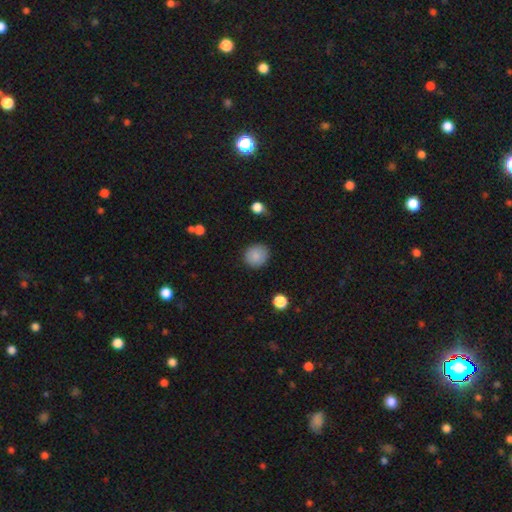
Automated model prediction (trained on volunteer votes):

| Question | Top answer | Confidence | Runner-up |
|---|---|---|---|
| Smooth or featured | smooth | 86% | star or artifact (9%) |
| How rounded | round | 88% | in between (11%) |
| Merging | none | 86% | minor disturbance (10%) |